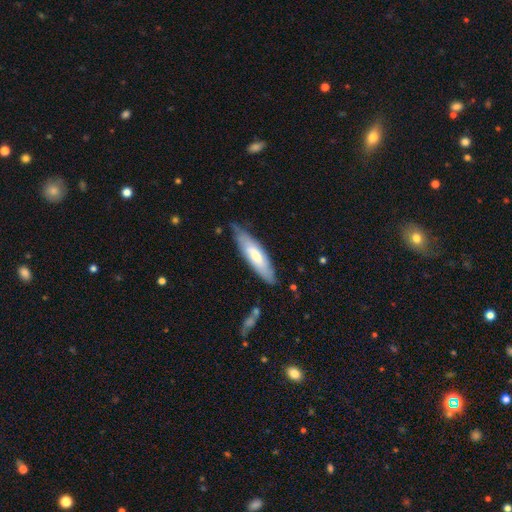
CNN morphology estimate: smooth-or-featured: smooth: 60% | featured or disk: 35% | star or artifact: 5%
  how-rounded: cigar-shaped: 63% | in between: 36% | round: 1%
  merging: none: 73% | minor disturbance: 22% | major disturbance: 4% | merger: 2%